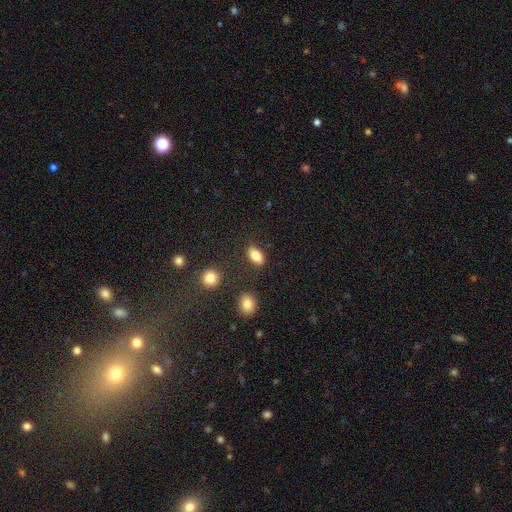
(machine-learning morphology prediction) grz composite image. It shows a smooth galaxy with no disk features (84%) that is in between round and cigar-shaped (89%). Merging: none (83%).